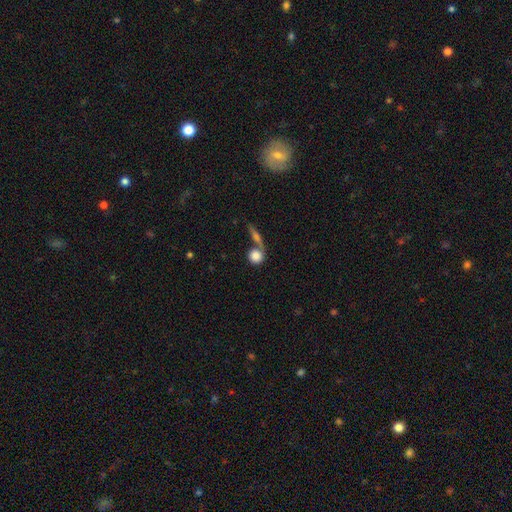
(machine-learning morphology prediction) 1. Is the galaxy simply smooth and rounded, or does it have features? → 80% smooth, 12% featured or disk, 8% star or artifact.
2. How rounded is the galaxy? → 83% round, 14% in between, 4% cigar-shaped.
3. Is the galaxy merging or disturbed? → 48% none, 36% merger, 10% minor disturbance, 7% major disturbance.